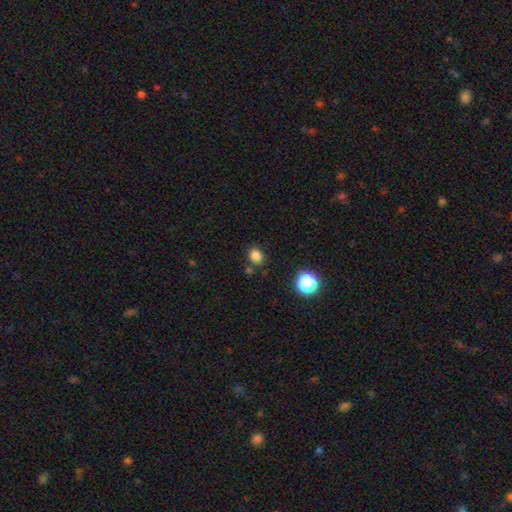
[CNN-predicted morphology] smooth_or_featured: smooth (p=0.81) [alt: star or artifact p=0.14]
how_rounded: round (p=0.50) [alt: in between p=0.49]
merging: none (p=0.80) [alt: minor disturbance p=0.11]